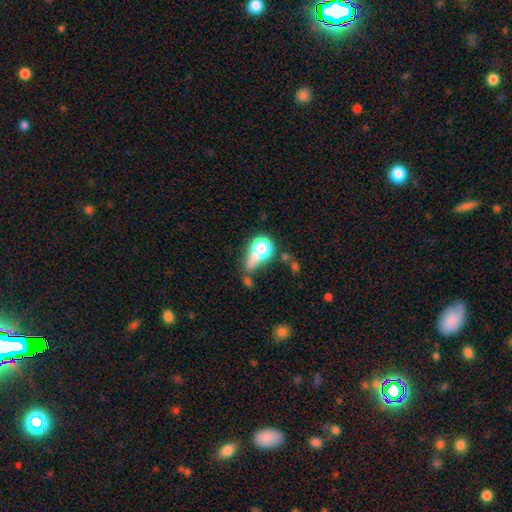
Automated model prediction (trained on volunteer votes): Smooth or featured: smooth — 62% (featured or disk — 21%)
How rounded: in between — 49% (round — 40%)
Merging: none — 28% (major disturbance — 27%)